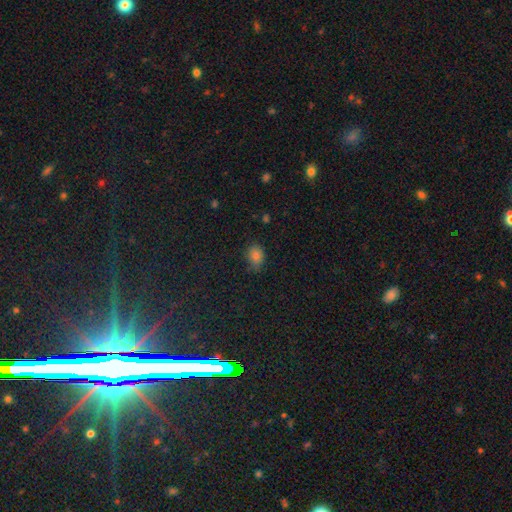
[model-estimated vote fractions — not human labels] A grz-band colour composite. It shows a smooth galaxy with no disk features (82%) that is in between round and cigar-shaped (59%). Merging: none (73%).